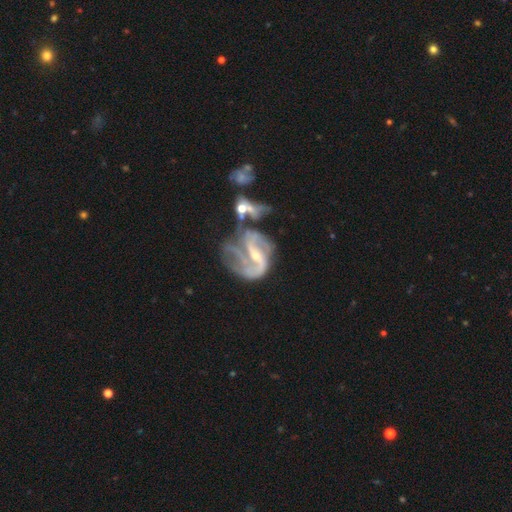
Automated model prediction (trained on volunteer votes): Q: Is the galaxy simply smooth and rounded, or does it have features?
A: featured or disk — 85%.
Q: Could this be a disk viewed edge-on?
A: no — 97%.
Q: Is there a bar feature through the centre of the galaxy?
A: weak — 45%.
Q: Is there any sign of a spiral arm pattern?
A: yes — 91%.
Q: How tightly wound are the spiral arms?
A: medium — 44%.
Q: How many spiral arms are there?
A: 2 — 51%.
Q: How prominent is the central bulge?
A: small — 60%.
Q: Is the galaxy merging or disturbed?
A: major disturbance — 31%.